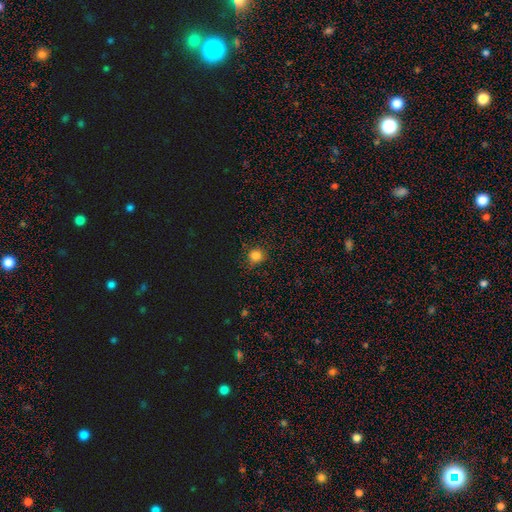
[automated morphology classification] The model was most divided on "smooth or featured": smooth: 81%, star or artifact: 15%, featured or disk: 4%. More confident: how rounded — round (91%); merging — none (85%).